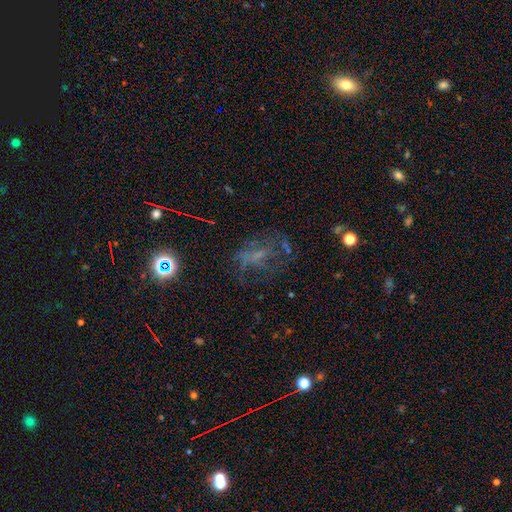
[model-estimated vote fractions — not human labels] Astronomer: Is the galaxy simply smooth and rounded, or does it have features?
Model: featured or disk — 41% (runner-up: star or artifact, 35%).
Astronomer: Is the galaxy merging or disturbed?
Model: none — 50% (runner-up: major disturbance, 27%).